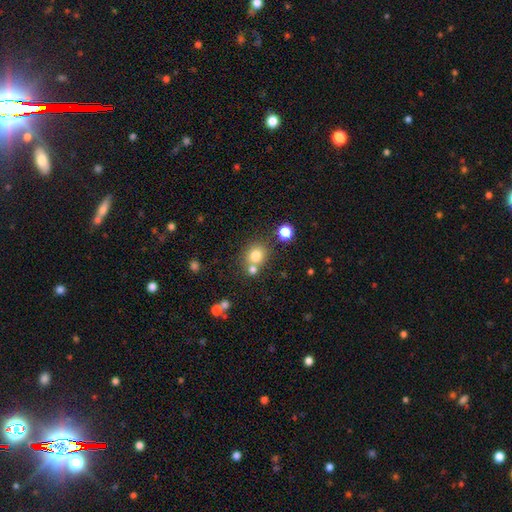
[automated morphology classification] Overall: smooth (77%). How rounded: round (79%). Merging: none (64%).